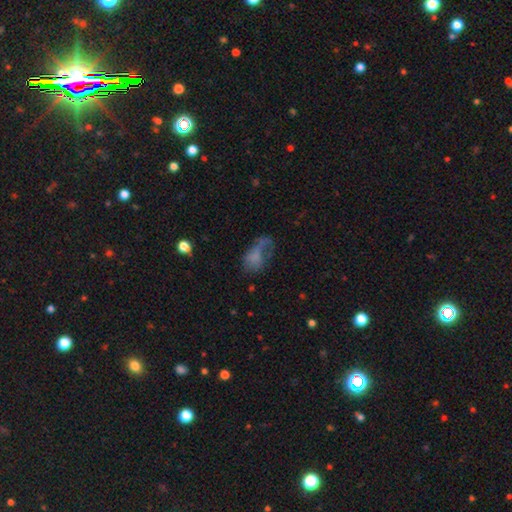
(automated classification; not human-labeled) The model was most divided on "merging": major disturbance: 45%, none: 27%, minor disturbance: 21%, merger: 7%. More confident: how rounded — in between (84%); smooth or featured — smooth (54%).